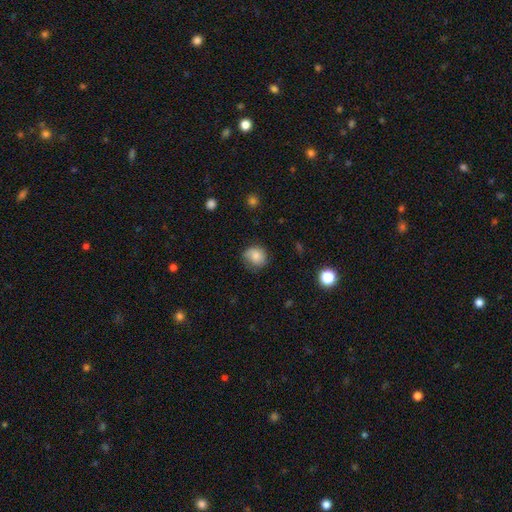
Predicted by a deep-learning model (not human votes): Smooth or featured?
  - smooth: 75% *
  - featured or disk: 16%
  - star or artifact: 9%
How rounded?
  - round: 76% *
  - in between: 23%
  - cigar-shaped: 1%
Merging?
  - none: 67% *
  - minor disturbance: 24%
  - major disturbance: 7%
  - merger: 1%